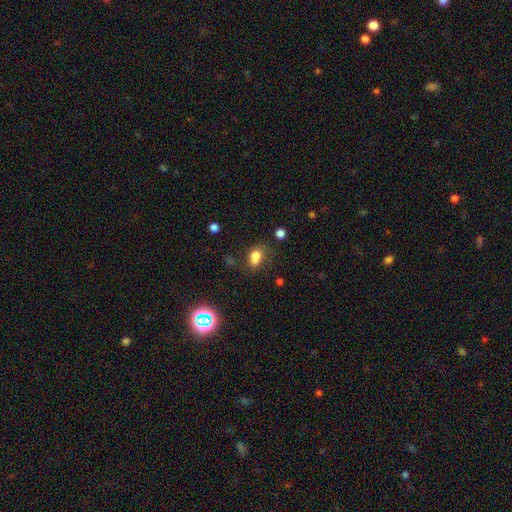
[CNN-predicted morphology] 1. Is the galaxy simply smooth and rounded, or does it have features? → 75% smooth, 15% star or artifact, 10% featured or disk.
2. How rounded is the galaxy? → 67% in between, 31% round, 2% cigar-shaped.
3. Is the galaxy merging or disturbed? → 42% none, 25% merger, 21% minor disturbance, 11% major disturbance.